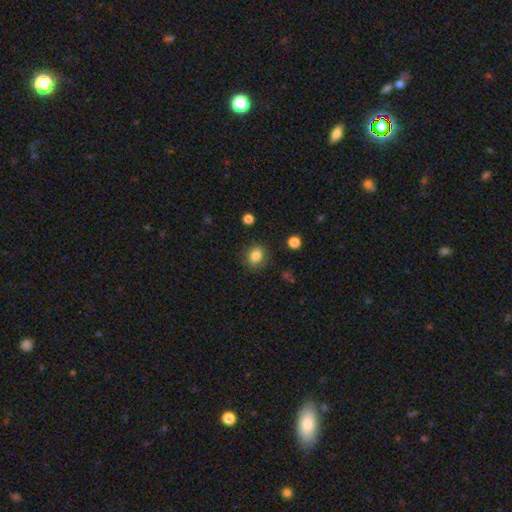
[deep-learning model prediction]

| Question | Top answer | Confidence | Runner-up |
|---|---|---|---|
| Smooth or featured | smooth | 84% | star or artifact (10%) |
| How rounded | round | 62% | in between (37%) |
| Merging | none | 83% | minor disturbance (11%) |